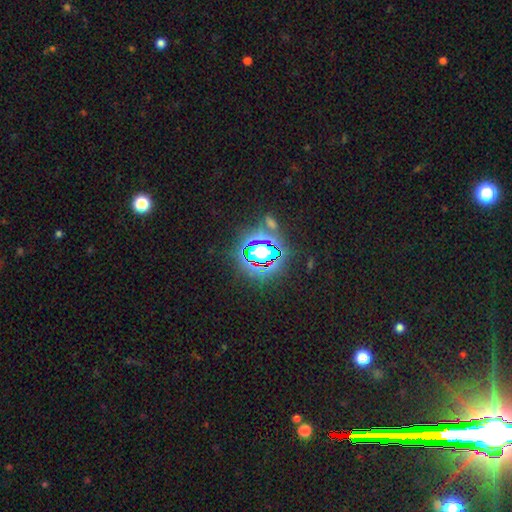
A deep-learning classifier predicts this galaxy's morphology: Smooth or featured: star or artifact — 73% (smooth — 17%)